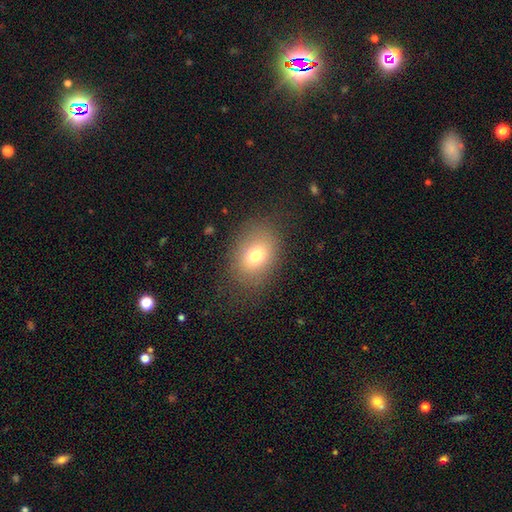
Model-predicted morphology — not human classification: A smooth galaxy with no disk features (73%) that is in between round and cigar-shaped (66%).

Vote fractions:
- Smooth or featured? smooth: 73% / featured or disk: 15% / star or artifact: 13%
- How rounded? in between: 66% / round: 32% / cigar-shaped: 1%
- Merging? none: 79% / minor disturbance: 13% / major disturbance: 7% / merger: 1%